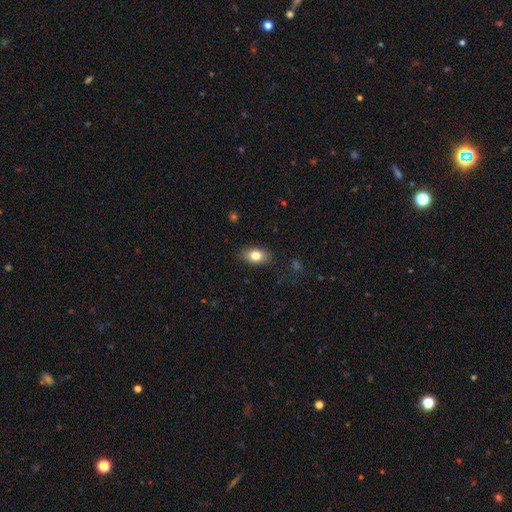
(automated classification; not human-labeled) The model was most divided on "smooth or featured": smooth: 80%, featured or disk: 11%, star or artifact: 8%. More confident: how rounded — in between (86%); merging — none (85%).